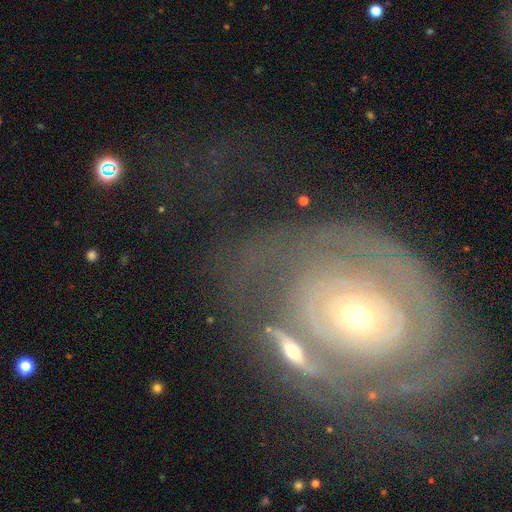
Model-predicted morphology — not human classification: featured or disk 76%, smooth 15%, star or artifact 9%. Down the decision tree: edge-on disk — no (95%); bar — no (80%); spiral arms — yes (77%); spiral arm count — can't tell (42%); spiral winding — tight (73%); bulge size — small (62%); merging — none (48%).